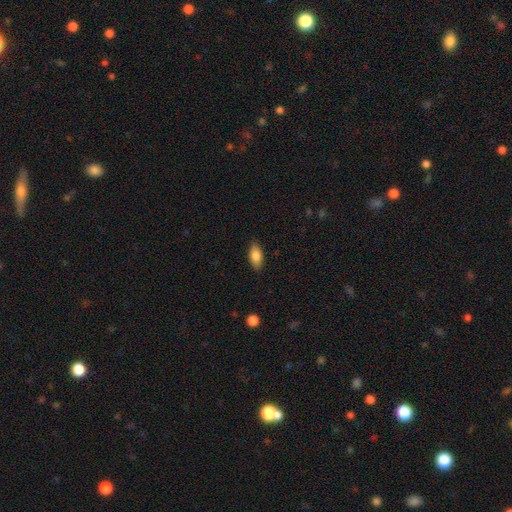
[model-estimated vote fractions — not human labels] This appears to be a smooth galaxy with no disk features (82%) that is in between round and cigar-shaped (87%). Merging: none (87%).